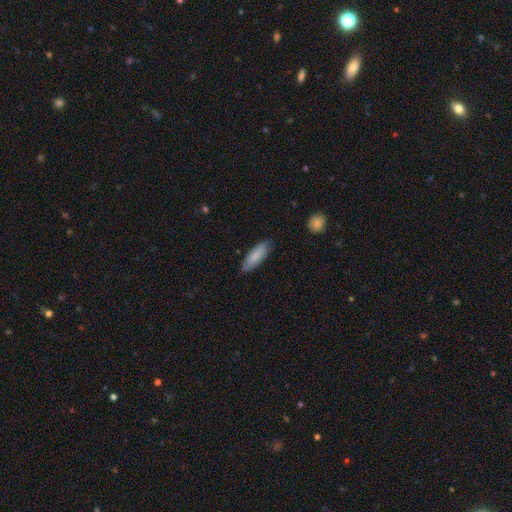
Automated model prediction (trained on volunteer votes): Smooth or featured? Predicted: smooth (p=0.82). How rounded? Predicted: in between (p=0.56). Merging? Predicted: none (p=0.83).